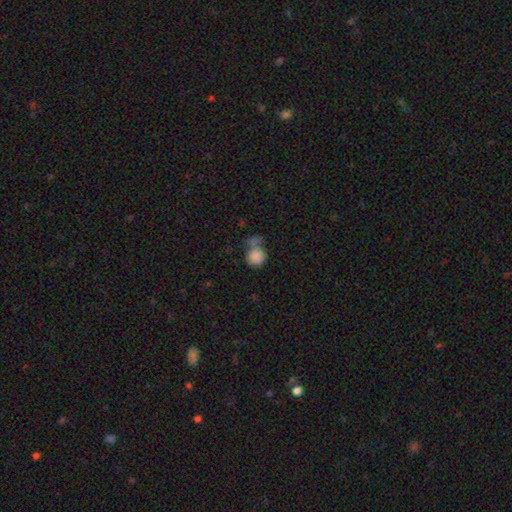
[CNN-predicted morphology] smooth_or_featured: smooth (p=0.85) [alt: star or artifact p=0.09]
how_rounded: round (p=0.85) [alt: in between p=0.14]
merging: none (p=0.43) [alt: merger p=0.31]